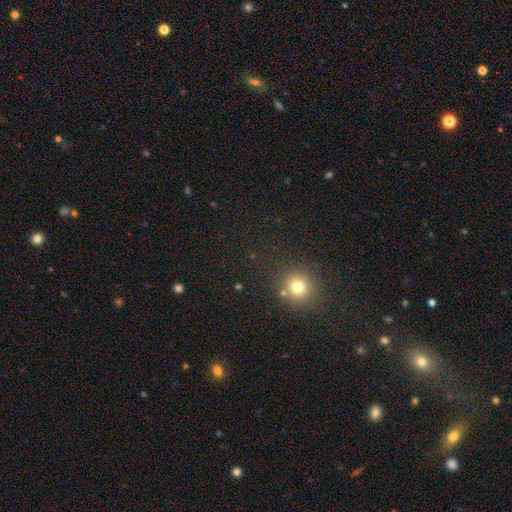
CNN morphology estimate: This is possibly a smooth galaxy (57%). How rounded: clearly round (90%). Merging: clearly none (87%).